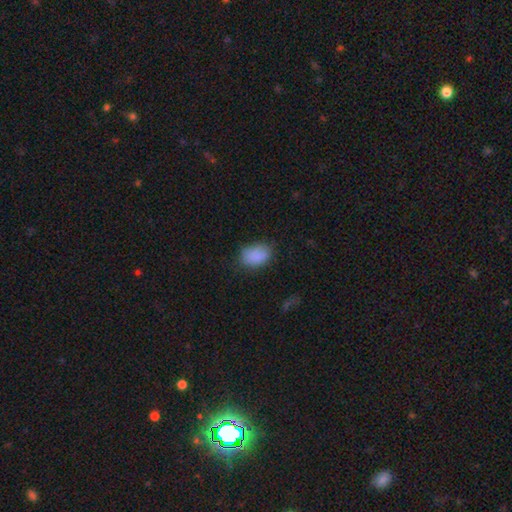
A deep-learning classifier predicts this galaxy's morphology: Smooth or featured? Predicted: smooth (p=0.87). How rounded? Predicted: in between (p=0.83). Merging? Predicted: none (p=0.72).